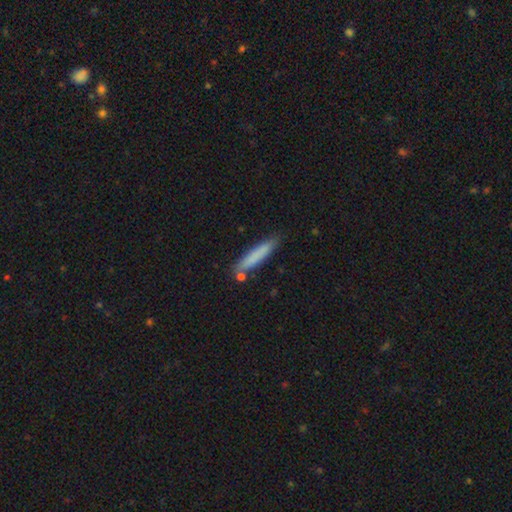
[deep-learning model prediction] Morphology: type=smooth (77%); roundness=cigar-shaped (91%); merging=none (78%).